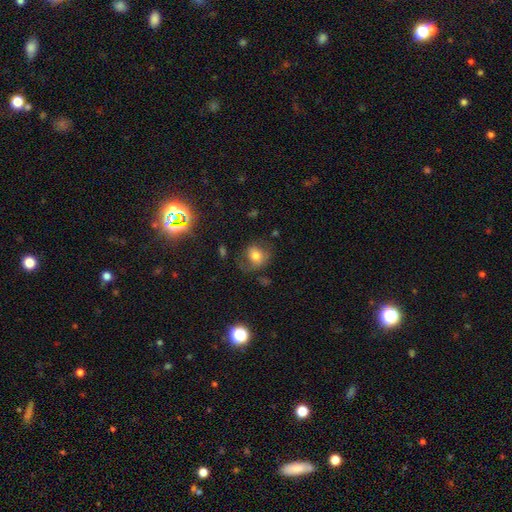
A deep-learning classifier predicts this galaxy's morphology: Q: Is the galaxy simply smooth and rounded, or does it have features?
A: smooth — 65%.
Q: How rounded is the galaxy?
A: round — 61%.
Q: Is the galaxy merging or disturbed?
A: none — 54%.